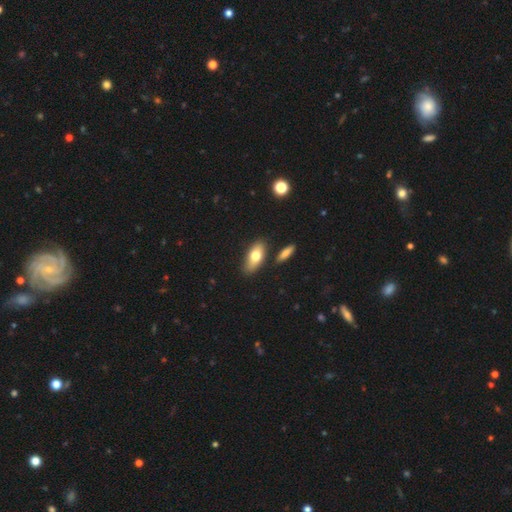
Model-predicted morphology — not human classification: A smooth galaxy with no disk features (73%) that is in between round and cigar-shaped (83%).

Vote fractions:
- Smooth or featured? smooth: 73% / featured or disk: 21% / star or artifact: 7%
- How rounded? in between: 83% / cigar-shaped: 13% / round: 4%
- Merging? none: 80% / minor disturbance: 12% / merger: 6% / major disturbance: 3%